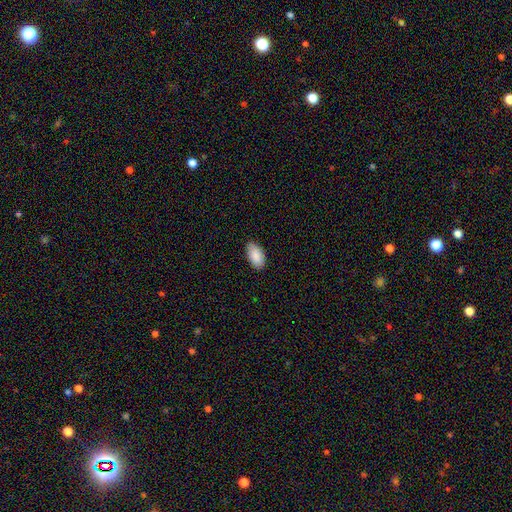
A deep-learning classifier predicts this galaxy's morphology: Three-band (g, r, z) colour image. It shows a smooth galaxy with no disk features (89%) that is in between round and cigar-shaped (95%). Merging: none (83%).